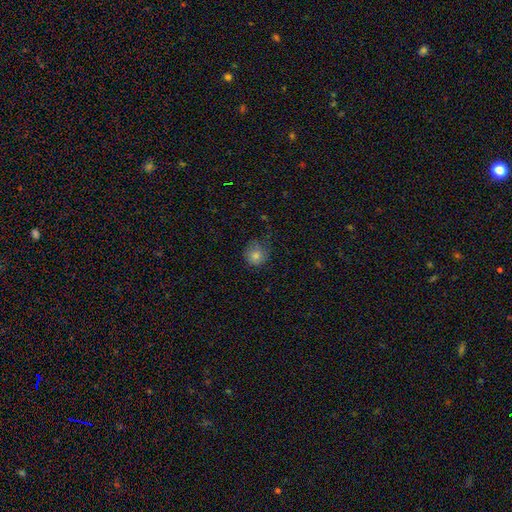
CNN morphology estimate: This appears to be a smooth galaxy with no disk features (79%) that is round (87%). Merging: none (63%).